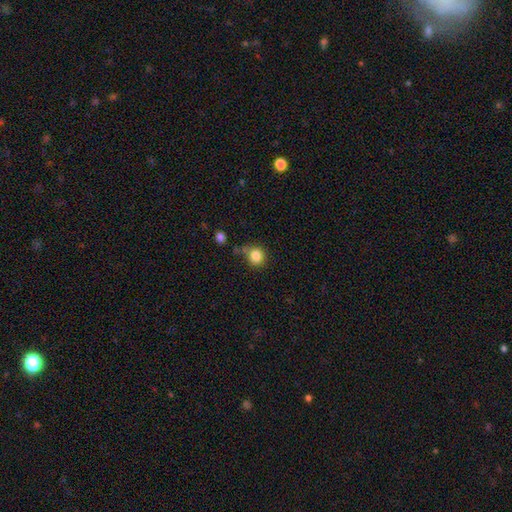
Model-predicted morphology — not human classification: The model was most divided on "merging": none: 65%, minor disturbance: 19%, merger: 10%, major disturbance: 6%. More confident: how rounded — round (87%); smooth or featured — smooth (84%).